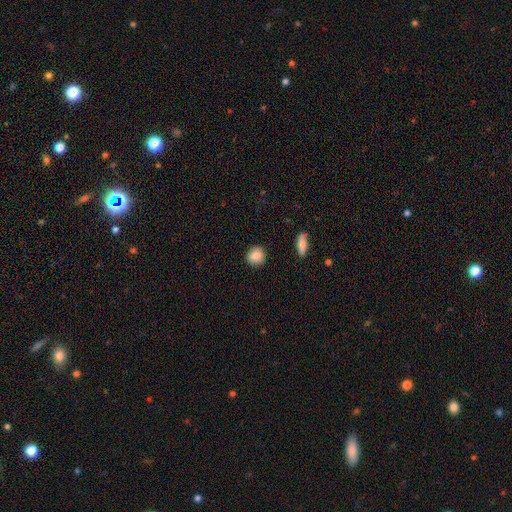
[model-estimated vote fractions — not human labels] smooth-or-featured: smooth: 85% | featured or disk: 8% | star or artifact: 8%
  how-rounded: round: 76% | in between: 22% | cigar-shaped: 1%
  merging: none: 87% | minor disturbance: 9% | major disturbance: 2% | merger: 2%